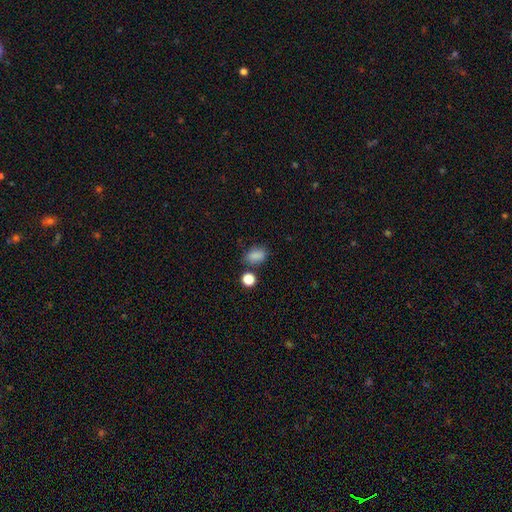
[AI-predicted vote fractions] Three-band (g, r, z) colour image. It shows a smooth galaxy with no disk features (84%) that is in between round and cigar-shaped (78%). Merging: none (70%).